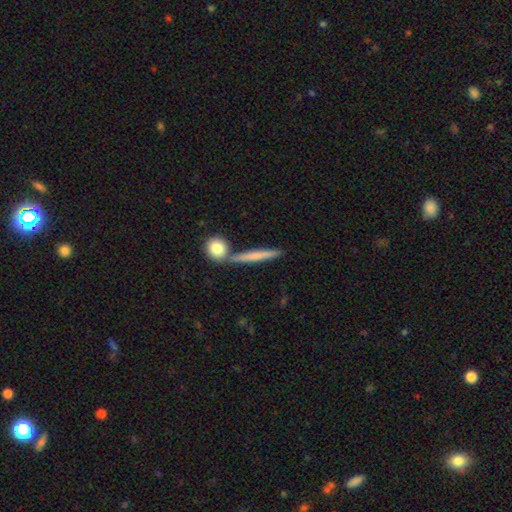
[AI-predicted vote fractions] smooth_or_featured: smooth (p=0.63) [alt: featured or disk p=0.31]
how_rounded: cigar-shaped (p=0.87) [alt: in between p=0.07]
merging: none (p=0.74) [alt: merger p=0.13]